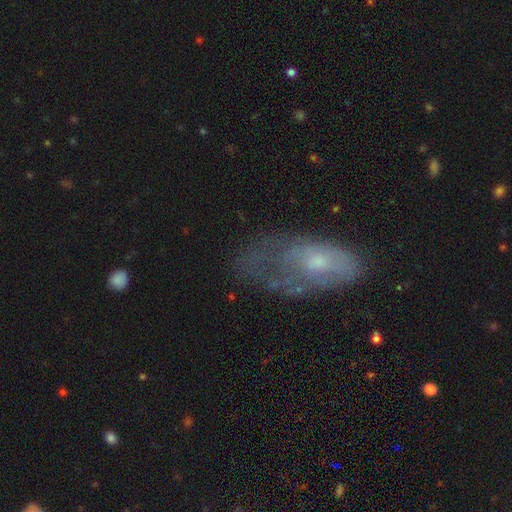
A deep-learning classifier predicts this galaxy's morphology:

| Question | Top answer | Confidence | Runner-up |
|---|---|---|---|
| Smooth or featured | featured or disk | 47% | smooth (40%) |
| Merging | none | 38% | major disturbance (32%) |